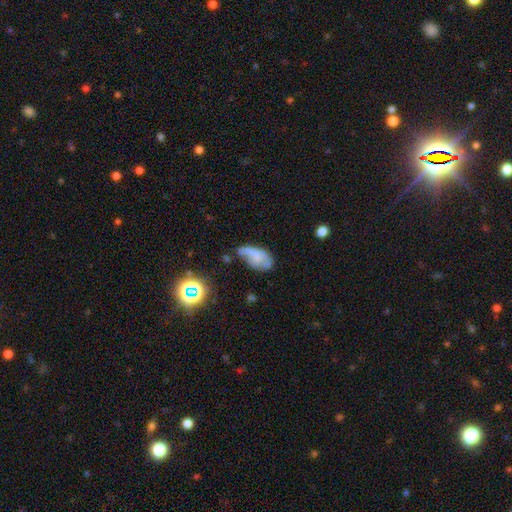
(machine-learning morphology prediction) The model was most divided on "merging": minor disturbance: 33%, major disturbance: 31%, none: 30%, merger: 7%. More confident: how rounded — in between (90%); smooth or featured — smooth (51%).